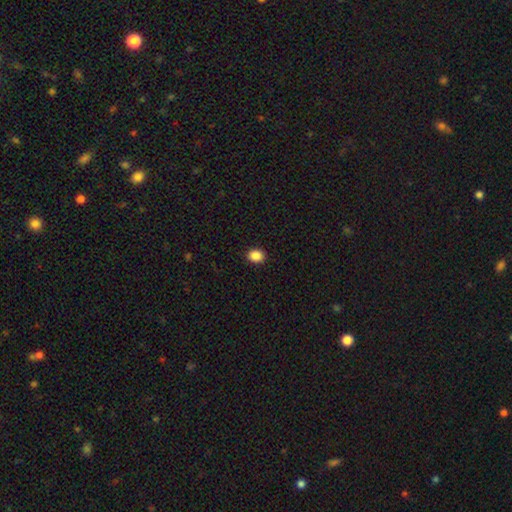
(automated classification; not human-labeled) The model was most divided on "how rounded": round: 58%, in between: 41%, cigar-shaped: 1%. More confident: merging — none (92%); smooth or featured — smooth (88%).